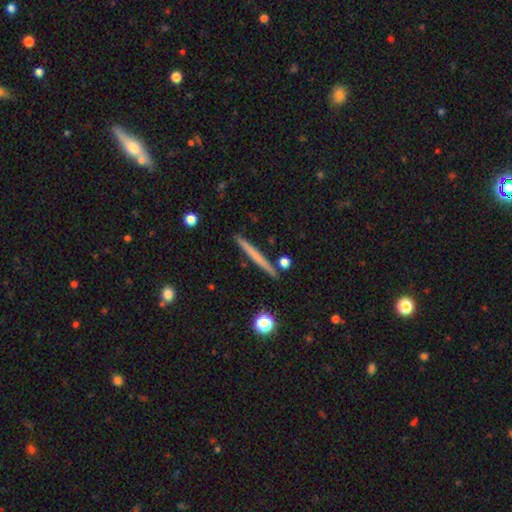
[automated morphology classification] smooth_or_featured: smooth (p=0.54) [alt: featured or disk p=0.40]
how_rounded: cigar-shaped (p=0.97) [alt: in between p=0.02]
merging: none (p=0.90) [alt: minor disturbance p=0.06]